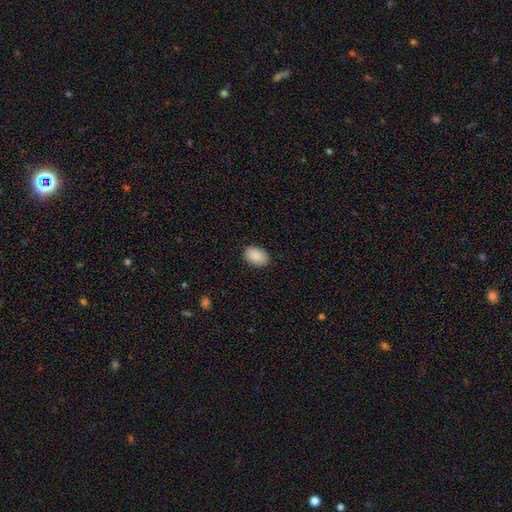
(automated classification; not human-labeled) Q: Smooth or featured?
A: smooth (90%); runner-up: star or artifact (7%)
Q: How rounded?
A: in between (83%); runner-up: round (16%)
Q: Merging?
A: none (89%); runner-up: minor disturbance (8%)